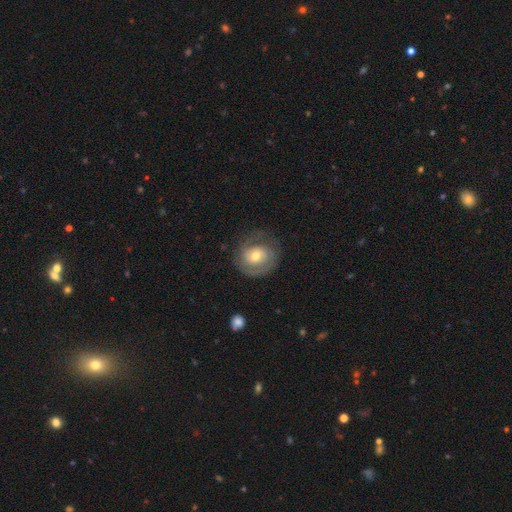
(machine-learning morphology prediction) Smooth or featured? Predicted: featured or disk (p=0.70). Edge-on disk? Predicted: no (p=0.97). Bar? Predicted: no (p=0.61). Spiral arms? Predicted: yes (p=0.86). Spiral winding? Predicted: tight (p=0.54). Spiral arm count? Predicted: 2 (p=0.63). Bulge size? Predicted: moderate (p=0.61). Merging? Predicted: none (p=0.70).